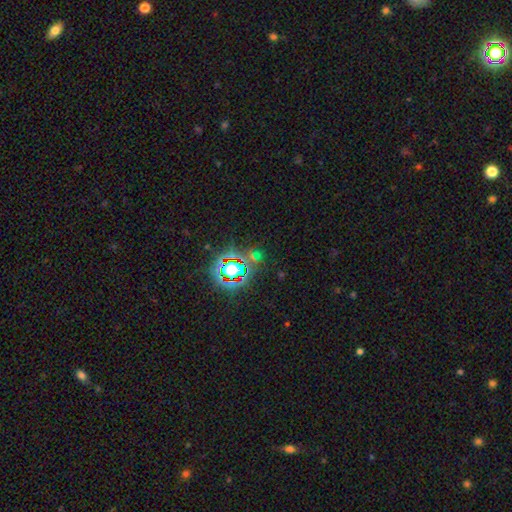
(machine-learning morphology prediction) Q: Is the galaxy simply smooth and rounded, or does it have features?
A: star or artifact — 66%.